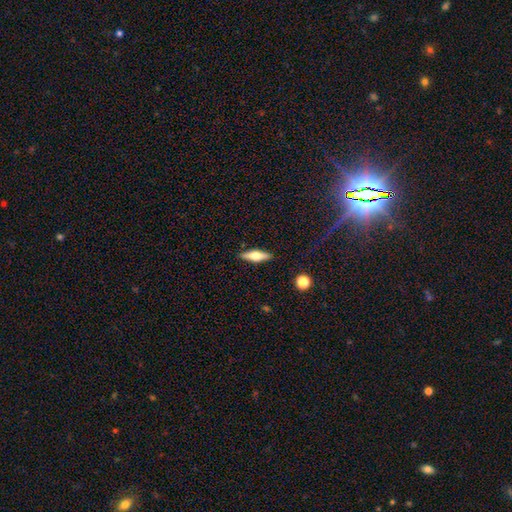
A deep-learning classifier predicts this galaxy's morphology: A smooth galaxy with no disk features (47%, tied with featured or disk). Merging: none (89%).